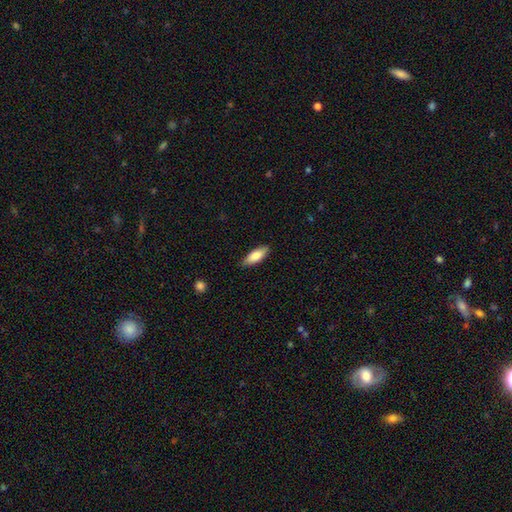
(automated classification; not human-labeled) This appears to be a smooth galaxy with no disk features (80%) that is in between round and cigar-shaped (69%). Merging: none (86%).